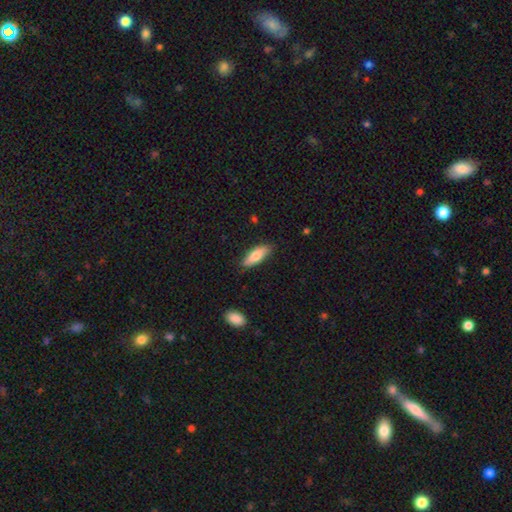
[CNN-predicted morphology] This is likely a smooth galaxy (80%). How rounded: likely in between (63%). Merging: clearly none (81%).